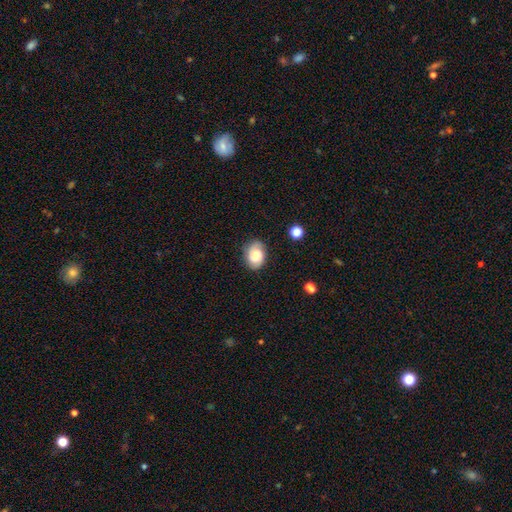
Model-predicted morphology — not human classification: type=featured or disk (50%); merging=none (81%).